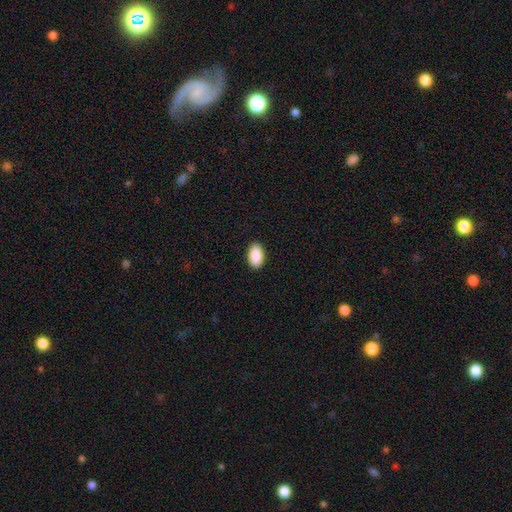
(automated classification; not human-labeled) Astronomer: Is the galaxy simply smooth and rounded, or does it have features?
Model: smooth — 92%.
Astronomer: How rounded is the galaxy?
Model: in between — 94%.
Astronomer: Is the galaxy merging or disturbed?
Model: none — 91%.